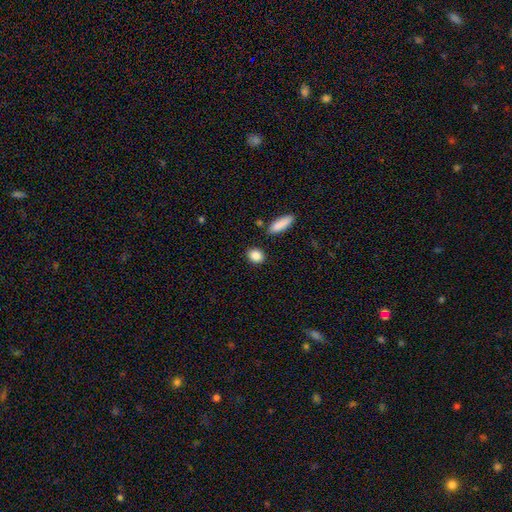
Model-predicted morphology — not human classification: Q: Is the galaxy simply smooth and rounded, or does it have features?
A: smooth — 87%.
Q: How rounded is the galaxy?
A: round — 54%.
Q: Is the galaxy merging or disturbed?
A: none — 87%.